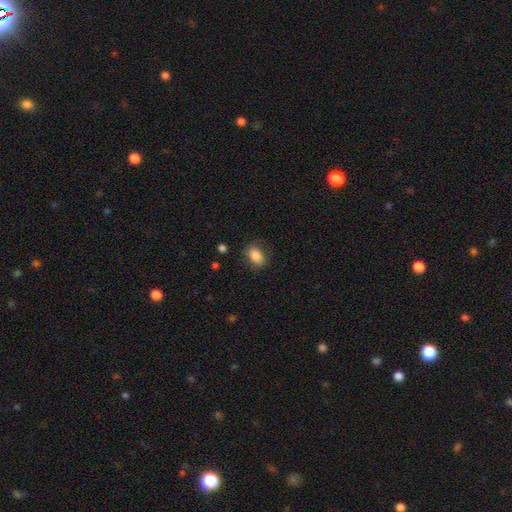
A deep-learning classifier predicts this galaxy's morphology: type=smooth (86%); roundness=in between (82%); merging=none (79%).